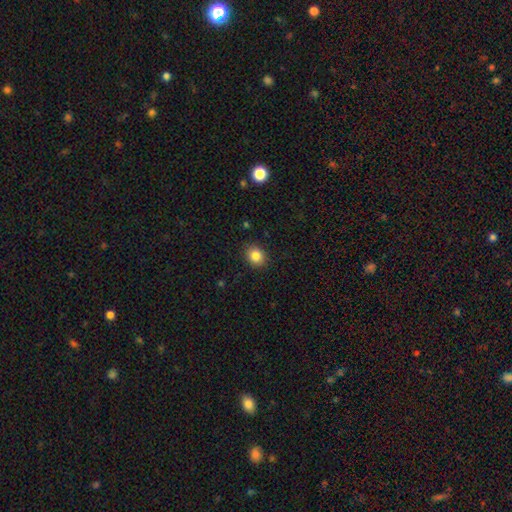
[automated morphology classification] Smooth or featured: smooth — 85% (star or artifact — 10%)
How rounded: round — 62% (in between — 37%)
Merging: none — 88% (minor disturbance — 8%)